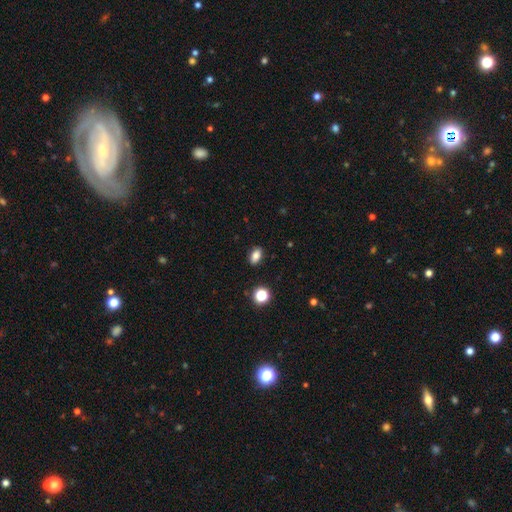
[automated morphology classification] The model was most divided on "smooth or featured": smooth: 82%, star or artifact: 11%, featured or disk: 7%. More confident: merging — none (88%); how rounded — in between (83%).